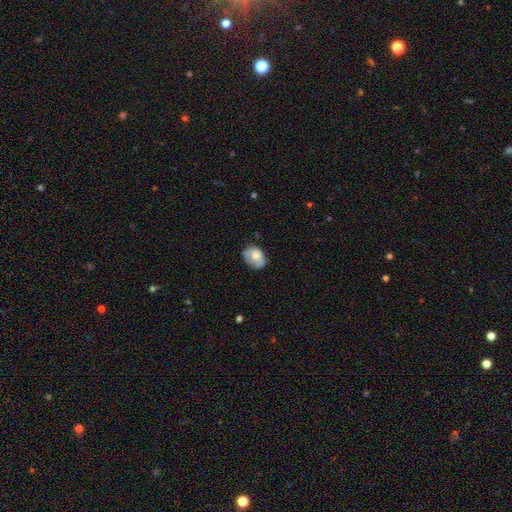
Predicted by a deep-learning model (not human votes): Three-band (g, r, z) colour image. It shows a smooth galaxy with no disk features (73%) that is in between round and cigar-shaped (69%). Merging: none (58%).